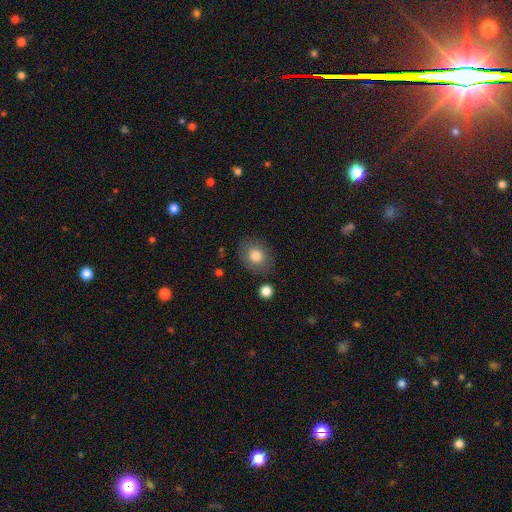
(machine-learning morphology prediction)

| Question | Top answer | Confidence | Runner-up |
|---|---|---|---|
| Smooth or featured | smooth | 81% | featured or disk (10%) |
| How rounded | round | 56% | in between (43%) |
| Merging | none | 82% | minor disturbance (12%) |